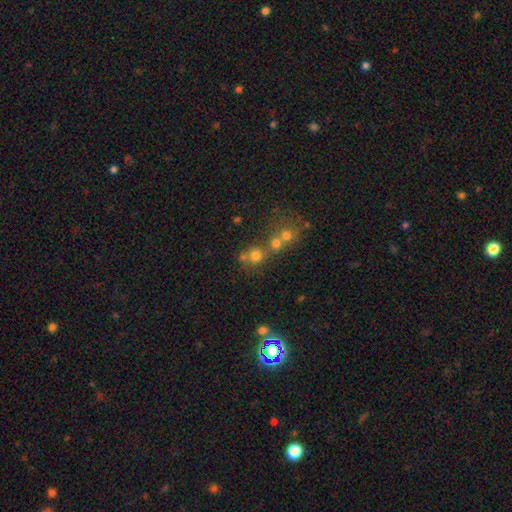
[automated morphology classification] A smooth galaxy with no disk features (69%) that is round (86%).

Vote fractions:
- Smooth or featured? smooth: 69% / star or artifact: 19% / featured or disk: 12%
- How rounded? round: 86% / in between: 13% / cigar-shaped: 1%
- Merging? none: 50% / merger: 39% / minor disturbance: 7% / major disturbance: 4%